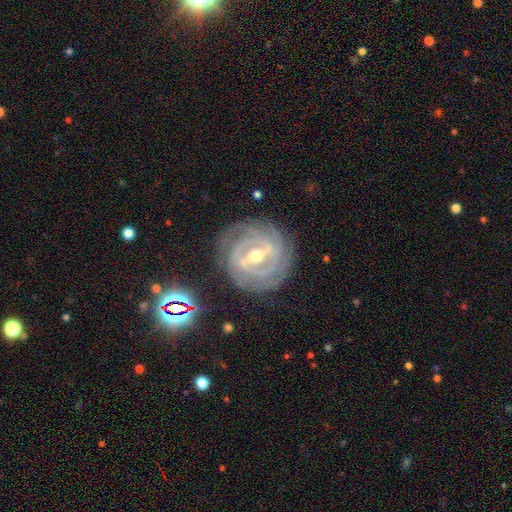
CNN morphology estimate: Smooth or featured? featured or disk (90%)
Edge-on disk? no (95%)
Bar? strong (64%)
Spiral arms? yes (97%)
Spiral winding? tight (80%)
Spiral arm count? 3 (25%)
Bulge size? moderate (58%)
Merging? none (82%)